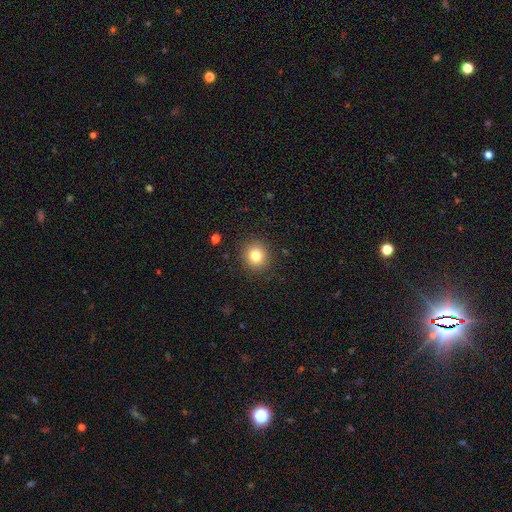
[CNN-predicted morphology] Smooth or featured?
  - smooth: 79% *
  - star or artifact: 12%
  - featured or disk: 8%
How rounded?
  - round: 91% *
  - in between: 8%
  - cigar-shaped: 1%
Merging?
  - none: 90% *
  - minor disturbance: 6%
  - major disturbance: 2%
  - merger: 1%